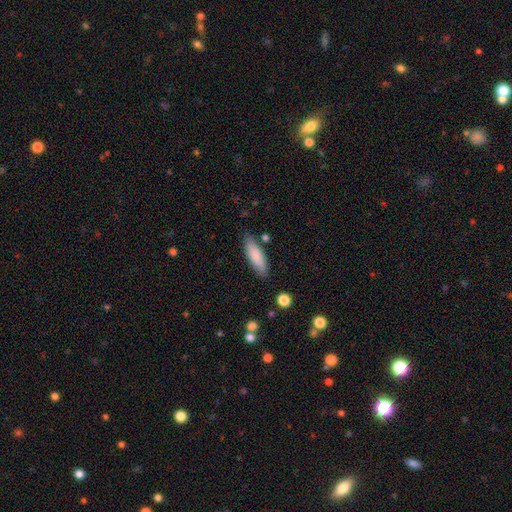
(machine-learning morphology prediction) Smooth or featured: smooth — 84% (featured or disk — 10%)
How rounded: in between — 50% (cigar-shaped — 48%)
Merging: none — 81% (minor disturbance — 13%)